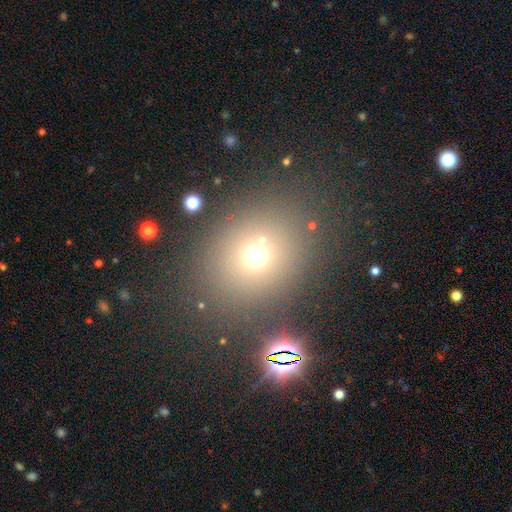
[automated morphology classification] Smooth or featured? smooth (65%)
How rounded? round (64%)
Merging? none (80%)